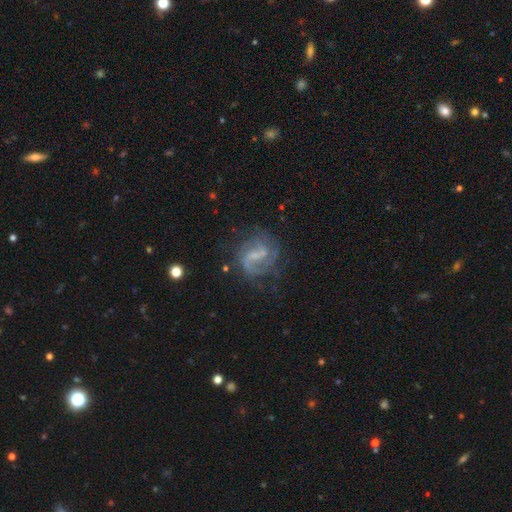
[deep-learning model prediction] Smooth or featured? Predicted: featured or disk (p=0.82). Edge-on disk? Predicted: no (p=0.97). Bar? Predicted: weak (p=0.53). Spiral arms? Predicted: yes (p=0.92). Spiral winding? Predicted: medium (p=0.47). Spiral arm count? Predicted: 2 (p=0.66). Bulge size? Predicted: small (p=0.45). Merging? Predicted: none (p=0.62).